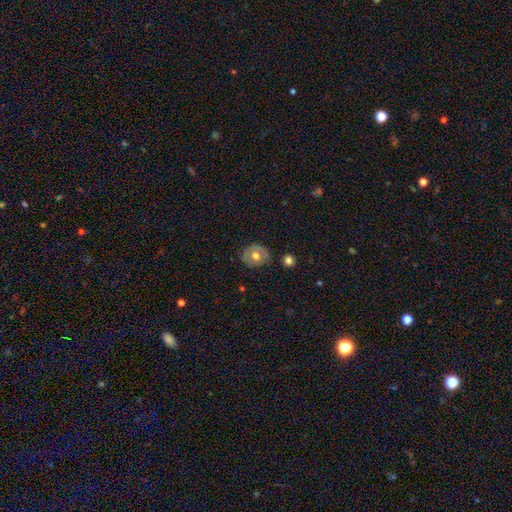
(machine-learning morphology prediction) smooth_or_featured: smooth (p=0.55) [alt: featured or disk p=0.38]
how_rounded: round (p=0.70) [alt: in between p=0.29]
merging: none (p=0.78) [alt: minor disturbance p=0.16]